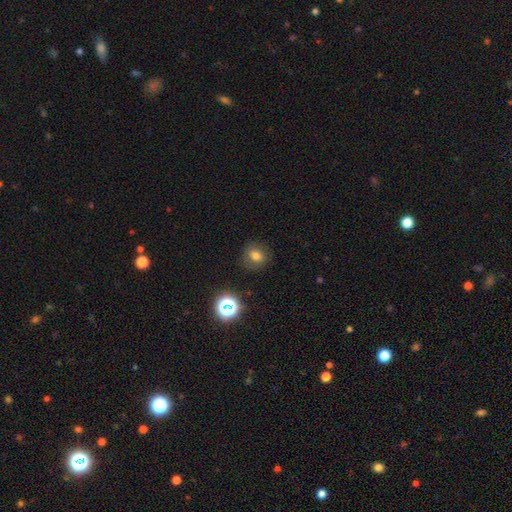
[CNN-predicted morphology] type=smooth (73%); roundness=round (66%); merging=none (83%).